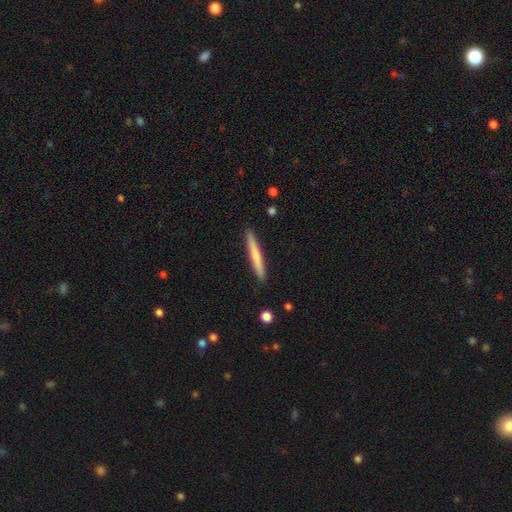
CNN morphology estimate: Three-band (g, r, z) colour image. It shows a smooth galaxy with no disk features (67%) that is cigar-shaped (96%). Merging: none (92%).